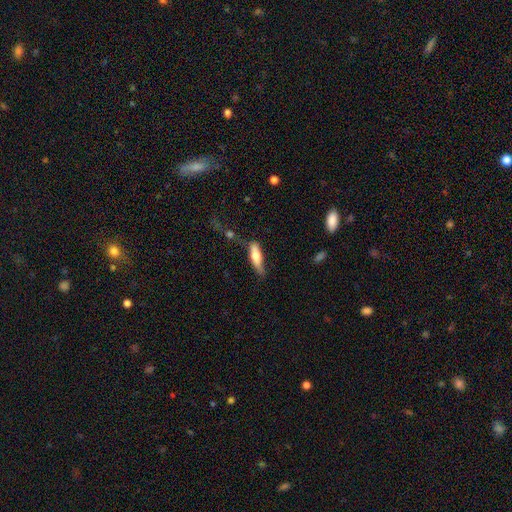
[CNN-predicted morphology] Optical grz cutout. It shows a smooth galaxy with no disk features (65%) that is cigar-shaped (62%). Merging: none (52%).